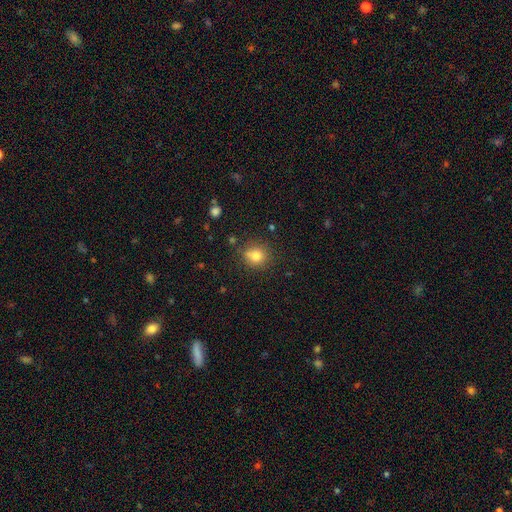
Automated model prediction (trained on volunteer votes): Morphology: type=smooth (78%); roundness=round (88%); merging=none (75%).